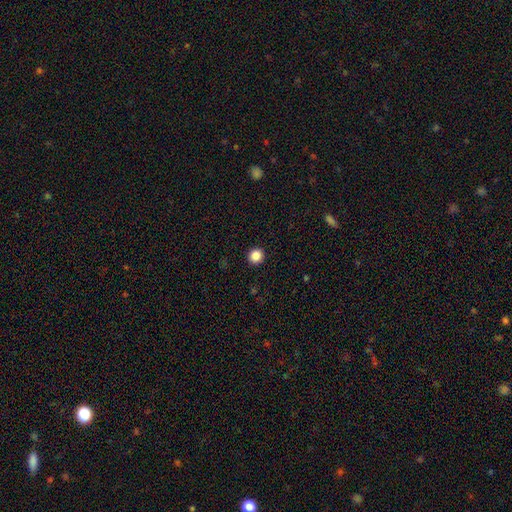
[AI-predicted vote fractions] smooth-or-featured: smooth: 86% | star or artifact: 10% | featured or disk: 3%
  how-rounded: round: 94% | in between: 5% | cigar-shaped: 1%
  merging: none: 93% | minor disturbance: 4% | major disturbance: 2% | merger: 1%